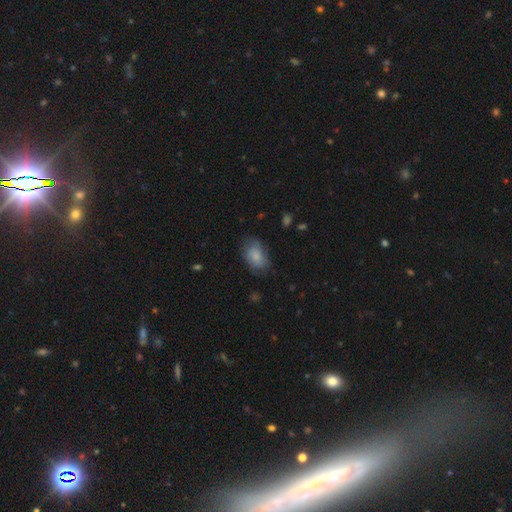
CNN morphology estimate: This is likely a smooth galaxy (78%). How rounded: clearly in between (87%). Merging: likely none (65%).